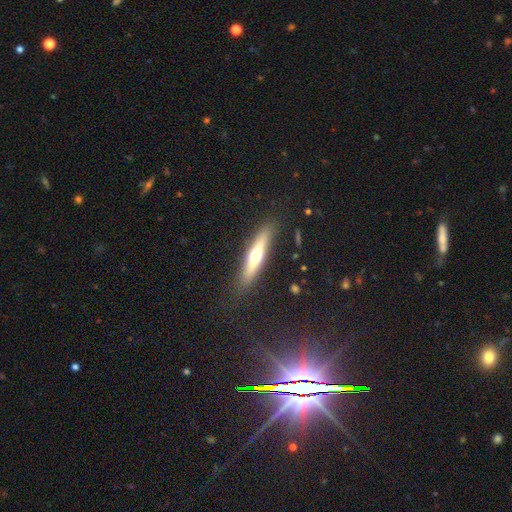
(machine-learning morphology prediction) A featured or disk galaxy (48%). Merging: none (87%).